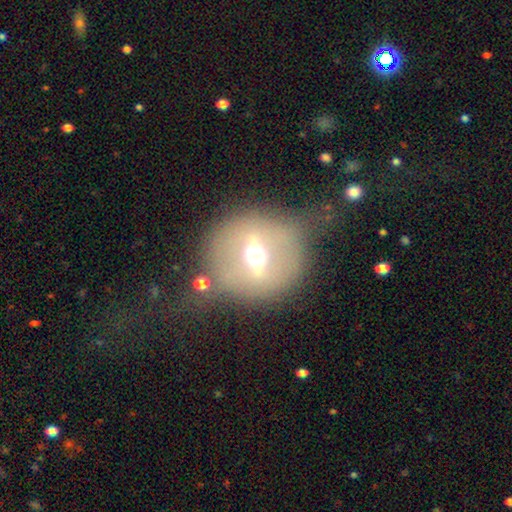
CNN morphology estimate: featured or disk 61%, smooth 28%, star or artifact 11%. Down the decision tree: edge-on disk — no (65%); merging — none (60%).